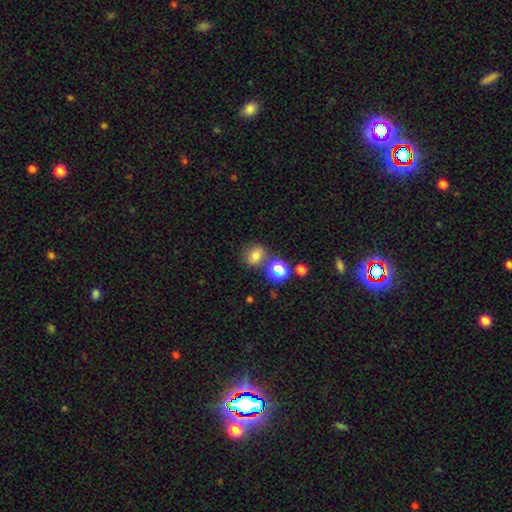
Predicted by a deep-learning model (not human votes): smooth_or_featured: smooth (p=0.72) [alt: star or artifact p=0.19]
how_rounded: round (p=0.59) [alt: in between p=0.40]
merging: none (p=0.65) [alt: merger p=0.16]